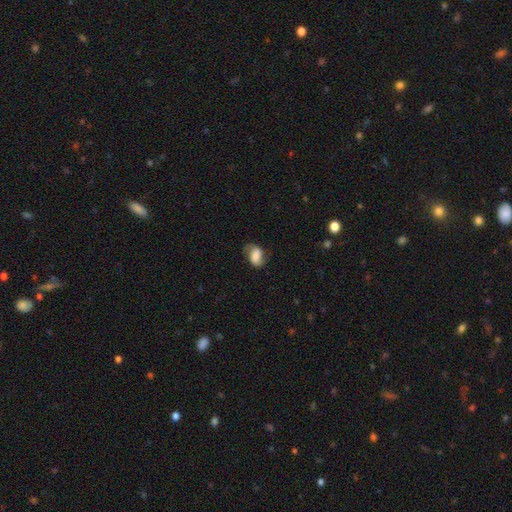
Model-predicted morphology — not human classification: A smooth galaxy with no disk features (53%) that is in between round and cigar-shaped (82%).

Vote fractions:
- Smooth or featured? smooth: 53% / featured or disk: 38% / star or artifact: 10%
- How rounded? in between: 82% / round: 16% / cigar-shaped: 2%
- Merging? none: 64% / minor disturbance: 24% / major disturbance: 11% / merger: 1%